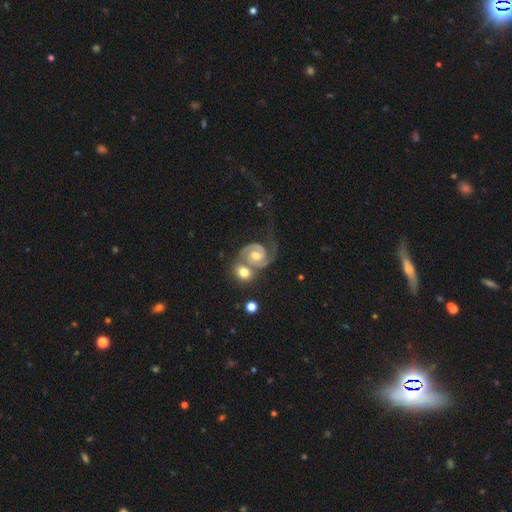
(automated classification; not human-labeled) A featured or disk galaxy (84%) with no bar (61%), 2 (68%) tight (45%) spiral arms (95%) and a moderate central bulge (60%).

Vote fractions:
- Smooth or featured? featured or disk: 84% / smooth: 9% / star or artifact: 7%
- Edge-on disk? no: 97% / yes: 3%
- Bar? no: 61% / weak: 30% / strong: 9%
- Spiral arms? yes: 95% / no: 5%
- Spiral winding? tight: 45% / medium: 40% / loose: 15%
- Spiral arm count? 2: 68% / 1: 18% / can't tell: 8% / 3: 3% / 4: 2% / more than 4: 2%
- Bulge size? moderate: 60% / small: 32% / large: 5% / none: 2% / dominant: 1%
- Merging? merger: 46% / none: 28% / major disturbance: 15% / minor disturbance: 11%